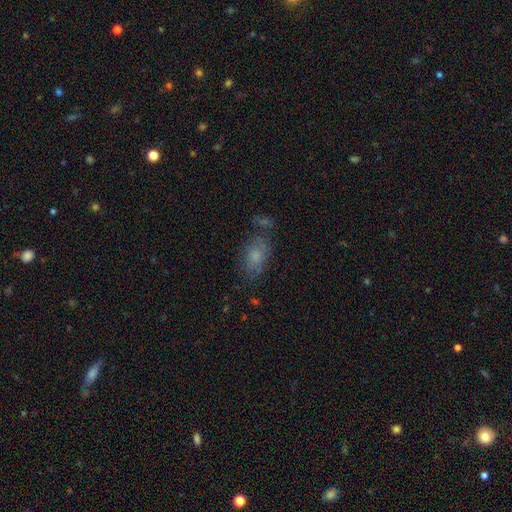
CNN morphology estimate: Smooth or featured? Predicted: smooth (p=0.61). How rounded? Predicted: in between (p=0.85). Merging? Predicted: none (p=0.59).